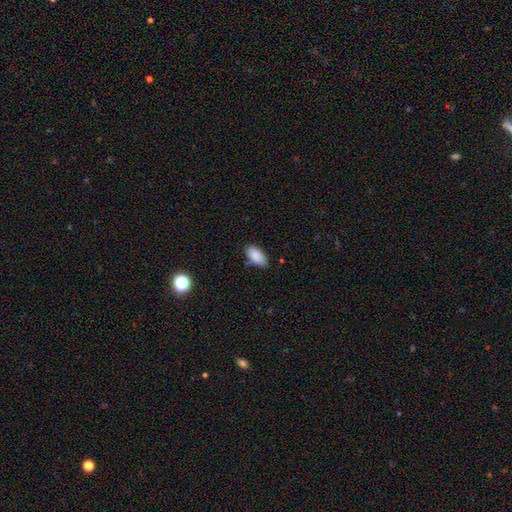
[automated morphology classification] Smooth or featured? Predicted: smooth (p=0.89). How rounded? Predicted: in between (p=0.93). Merging? Predicted: none (p=0.77).